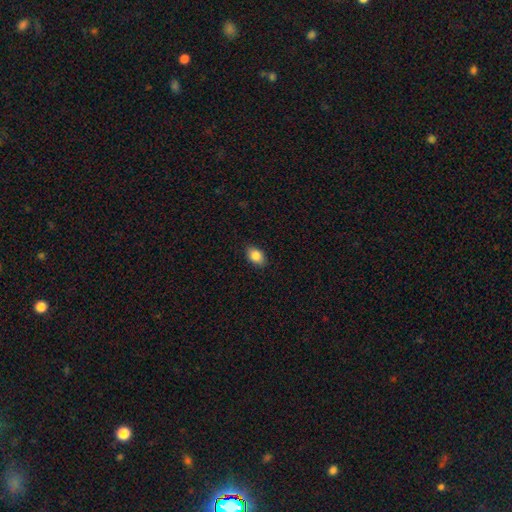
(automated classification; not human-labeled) A smooth galaxy with no disk features (86%) that is in between round and cigar-shaped (83%). Merging: none (87%).